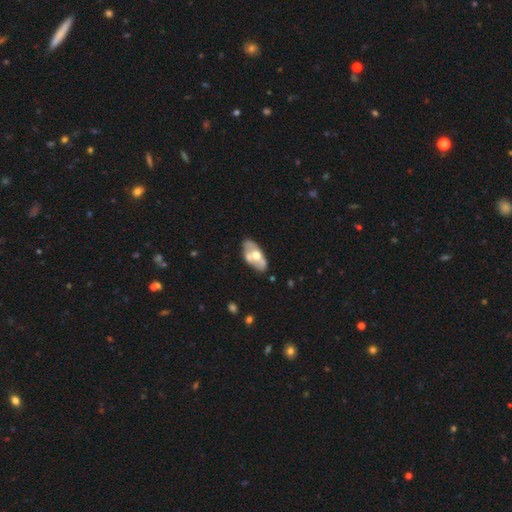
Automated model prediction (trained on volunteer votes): The model was most divided on "smooth or featured": featured or disk: 53%, smooth: 42%, star or artifact: 6%. More confident: edge-on disk — no (84%); merging — none (58%).